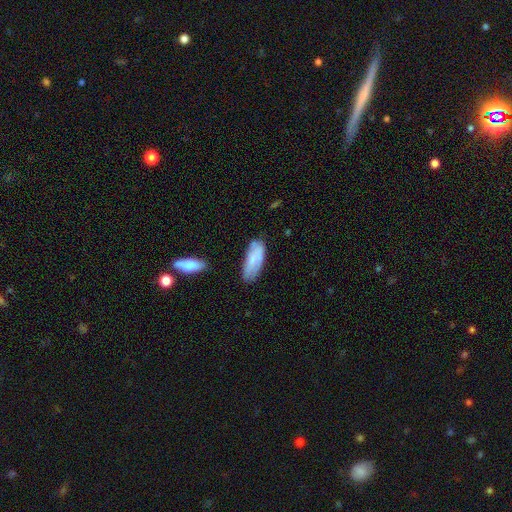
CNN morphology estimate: Smooth or featured? Predicted: smooth (p=0.74). How rounded? Predicted: in between (p=0.81). Merging? Predicted: none (p=0.64).